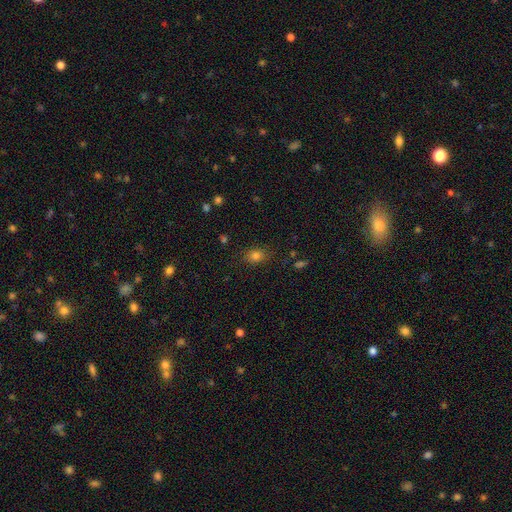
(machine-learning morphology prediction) smooth-or-featured: smooth: 80% | star or artifact: 14% | featured or disk: 6%
  how-rounded: in between: 58% | round: 40% | cigar-shaped: 1%
  merging: none: 83% | minor disturbance: 12% | major disturbance: 4% | merger: 1%